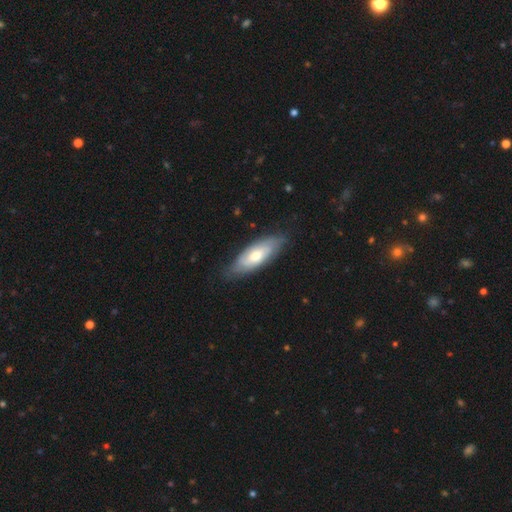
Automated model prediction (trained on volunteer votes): The model was most divided on "smooth or featured": featured or disk: 49%, smooth: 45%, star or artifact: 5%. More confident: merging — none (76%).